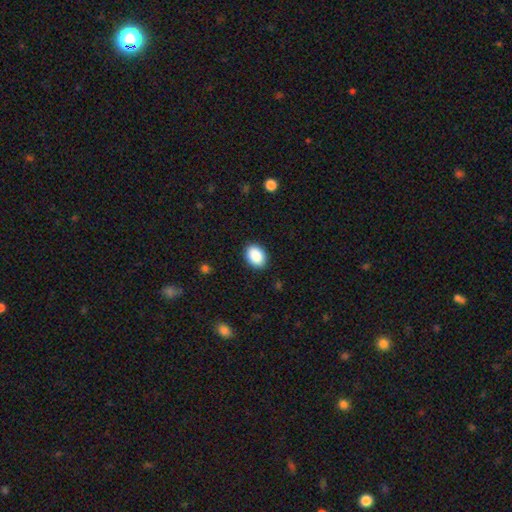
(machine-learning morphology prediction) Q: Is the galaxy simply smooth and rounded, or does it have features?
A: smooth — 90%.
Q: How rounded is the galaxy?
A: in between — 78%.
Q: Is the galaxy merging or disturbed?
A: none — 89%.